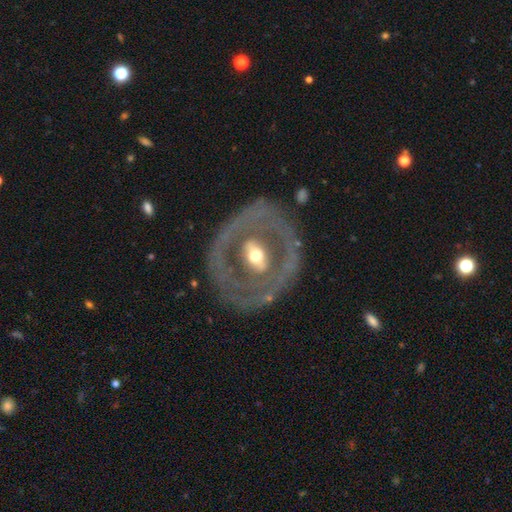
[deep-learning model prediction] This appears to be a featured or disk galaxy (72%) with no bar (35%), no spiral arms (72%) and a moderate central bulge (64%). Merging: none (75%).